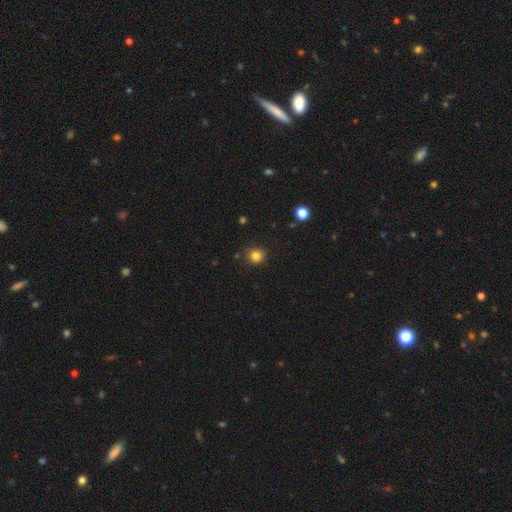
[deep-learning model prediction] Q: Smooth or featured?
A: smooth (82%); runner-up: star or artifact (13%)
Q: How rounded?
A: round (85%); runner-up: in between (14%)
Q: Merging?
A: none (83%); runner-up: minor disturbance (12%)